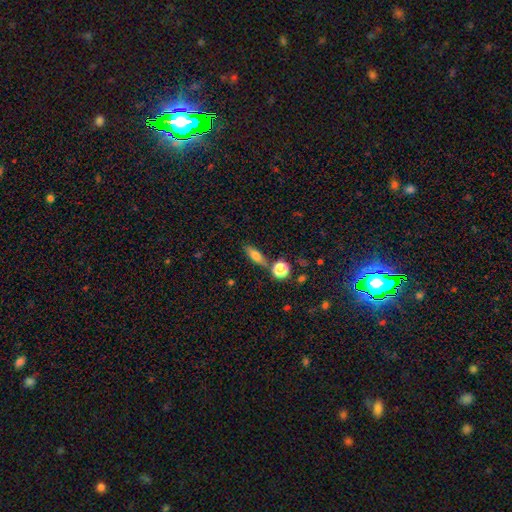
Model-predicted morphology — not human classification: Smooth or featured? Predicted: smooth (p=0.67). How rounded? Predicted: in between (p=0.51). Merging? Predicted: none (p=0.75).